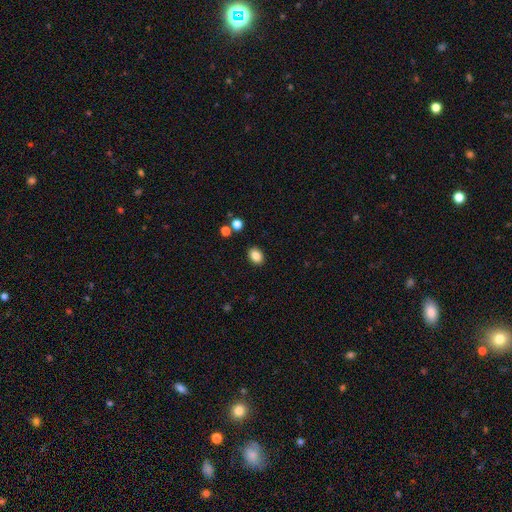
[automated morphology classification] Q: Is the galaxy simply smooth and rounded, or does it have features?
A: smooth — 85%.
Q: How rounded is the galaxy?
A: in between — 68%.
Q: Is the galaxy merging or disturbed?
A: none — 89%.